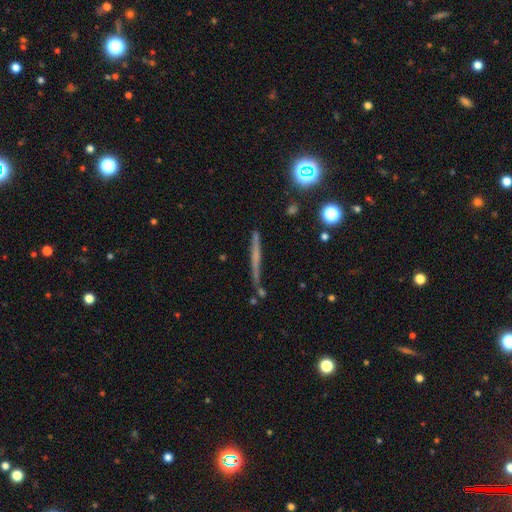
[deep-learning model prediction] The model was most divided on "smooth or featured": featured or disk: 52%, smooth: 36%, star or artifact: 12%. More confident: edge-on disk — yes (95%); merging — none (82%).